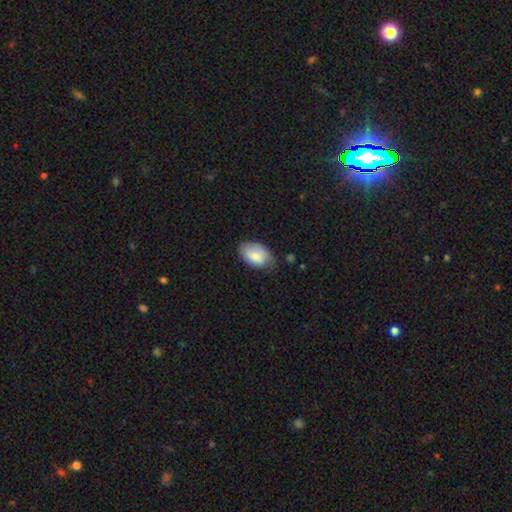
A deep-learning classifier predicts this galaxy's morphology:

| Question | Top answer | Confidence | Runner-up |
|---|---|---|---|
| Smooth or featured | smooth | 79% | featured or disk (14%) |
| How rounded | in between | 92% | round (7%) |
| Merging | none | 66% | minor disturbance (28%) |